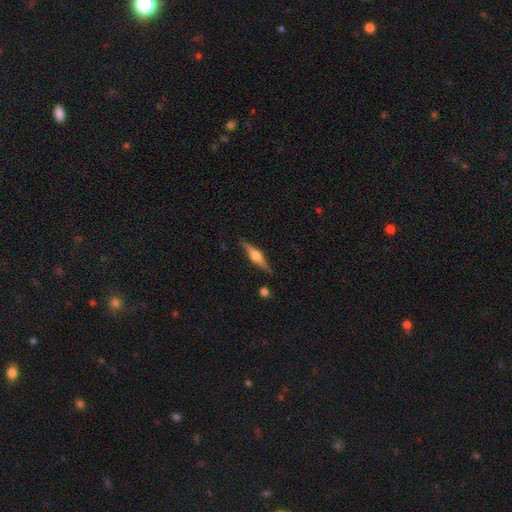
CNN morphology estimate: Overall: featured or disk (70%). Edge-on disk: yes (97%). Edge-on bulge: rounded (90%). Merging: none (86%).